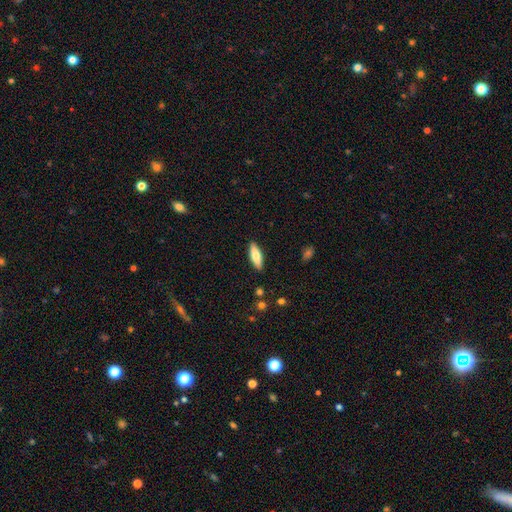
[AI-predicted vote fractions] A smooth galaxy with no disk features (69%) that is in between round and cigar-shaped (51%). Merging: none (89%).